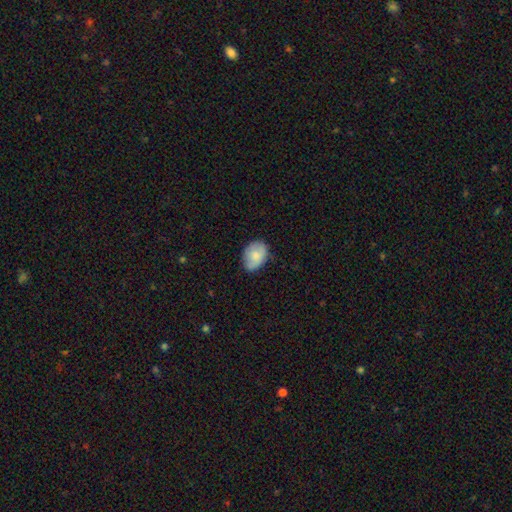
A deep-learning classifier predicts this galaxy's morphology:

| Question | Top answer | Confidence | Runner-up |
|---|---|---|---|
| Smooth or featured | smooth | 79% | featured or disk (14%) |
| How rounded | in between | 75% | round (24%) |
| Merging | none | 67% | minor disturbance (27%) |